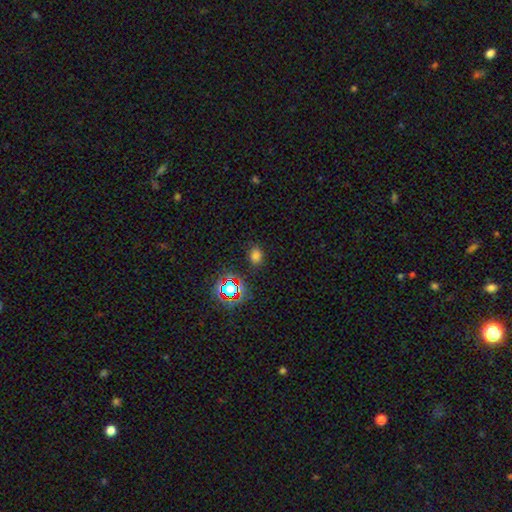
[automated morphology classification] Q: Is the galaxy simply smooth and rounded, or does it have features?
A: smooth — 68%.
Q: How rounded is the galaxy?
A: in between — 58%.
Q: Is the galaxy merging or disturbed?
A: none — 83%.